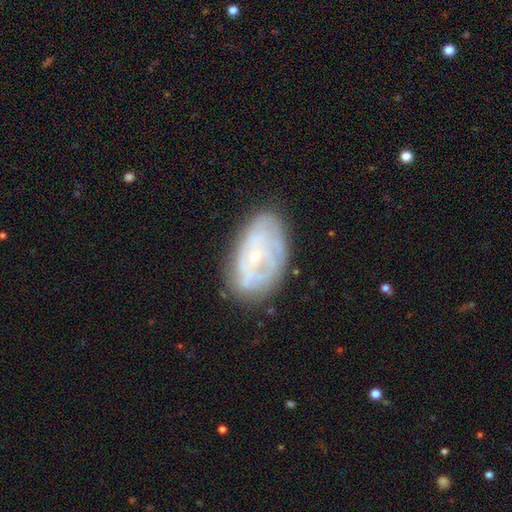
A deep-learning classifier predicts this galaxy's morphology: Smooth or featured: featured or disk — 64% (smooth — 29%)
Edge-on disk: no — 95% (yes — 5%)
Bar: no — 77% (weak — 19%)
Spiral arms: yes — 59% (no — 41%)
Bulge size: small — 75% (moderate — 19%)
Merging: none — 69% (minor disturbance — 21%)